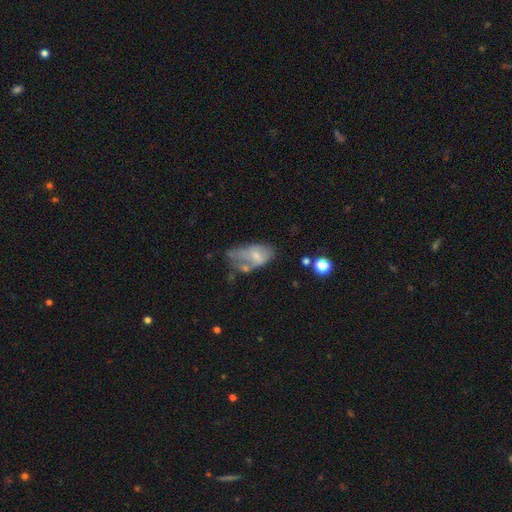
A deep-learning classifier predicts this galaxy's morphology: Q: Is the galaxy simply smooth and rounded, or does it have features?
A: smooth — 48%.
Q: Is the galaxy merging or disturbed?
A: major disturbance — 32%.